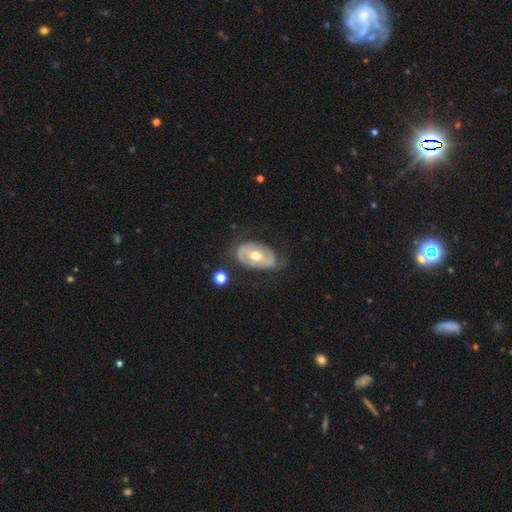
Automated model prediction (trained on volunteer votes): Smooth or featured? Predicted: featured or disk (p=0.70). Edge-on disk? Predicted: no (p=0.93). Bar? Predicted: no (p=0.44). Spiral arms? Predicted: yes (p=0.56). Bulge size? Predicted: moderate (p=0.72). Merging? Predicted: none (p=0.61).